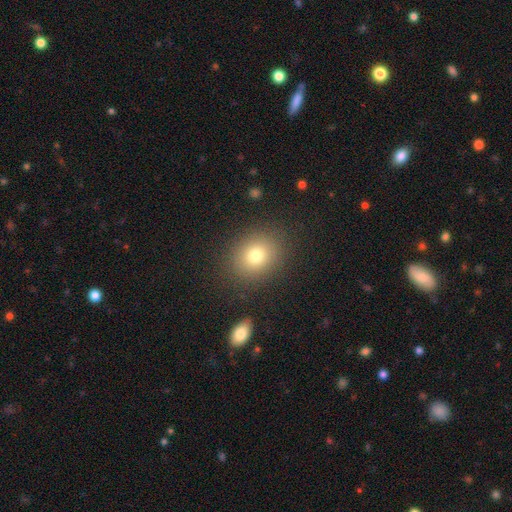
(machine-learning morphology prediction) This appears to be a smooth galaxy with no disk features (77%) that is round (59%). Merging: none (86%).